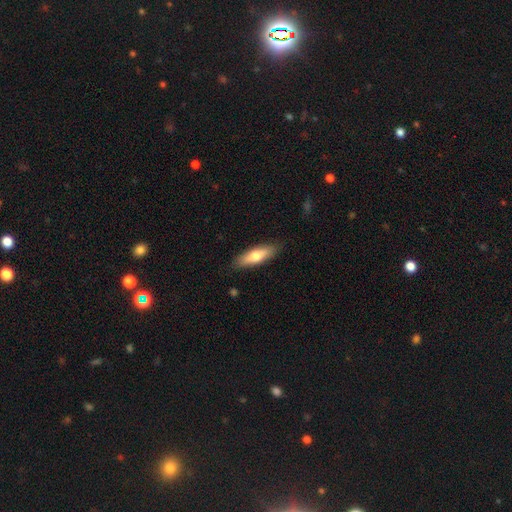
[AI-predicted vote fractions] smooth-or-featured: smooth: 64% | featured or disk: 30% | star or artifact: 6%
  how-rounded: cigar-shaped: 51% | in between: 47% | round: 2%
  merging: none: 87% | minor disturbance: 10% | major disturbance: 2% | merger: 1%